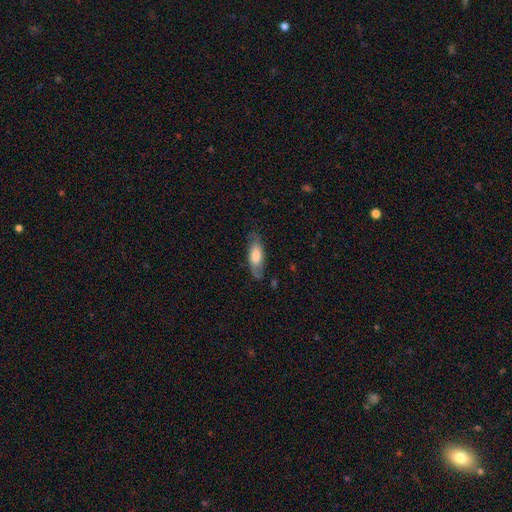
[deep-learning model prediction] Smooth or featured: smooth — 62% (featured or disk — 31%)
How rounded: in between — 68% (cigar-shaped — 30%)
Merging: none — 73% (minor disturbance — 20%)